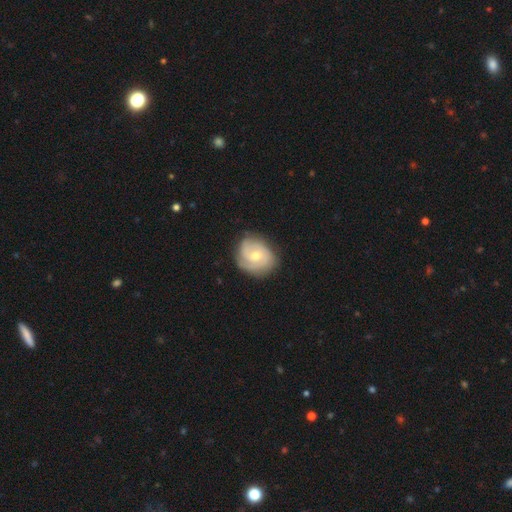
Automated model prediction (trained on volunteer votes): Smooth or featured: featured or disk — 74% (smooth — 21%)
Edge-on disk: no — 98% (yes — 2%)
Bar: no — 64% (weak — 32%)
Spiral arms: yes — 93% (no — 7%)
Spiral winding: tight — 58% (medium — 33%)
Spiral arm count: 2 — 41% (3 — 24%)
Bulge size: moderate — 59% (small — 37%)
Merging: none — 75% (minor disturbance — 19%)